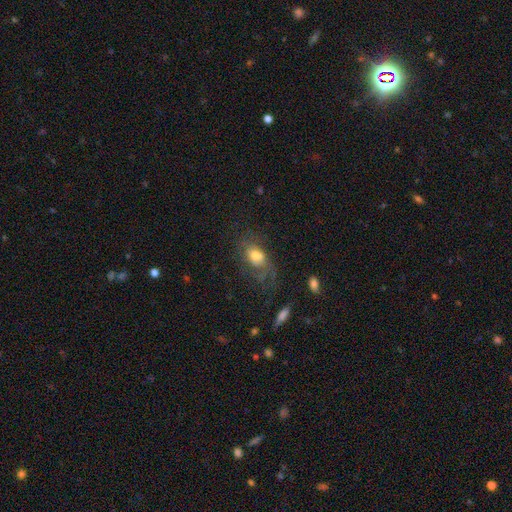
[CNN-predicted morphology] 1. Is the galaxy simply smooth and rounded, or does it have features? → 53% smooth, 36% featured or disk, 11% star or artifact.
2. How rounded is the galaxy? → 78% in between, 19% round, 3% cigar-shaped.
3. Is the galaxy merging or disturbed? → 37% major disturbance (tied), 37% none (tied), 21% minor disturbance, 5% merger.